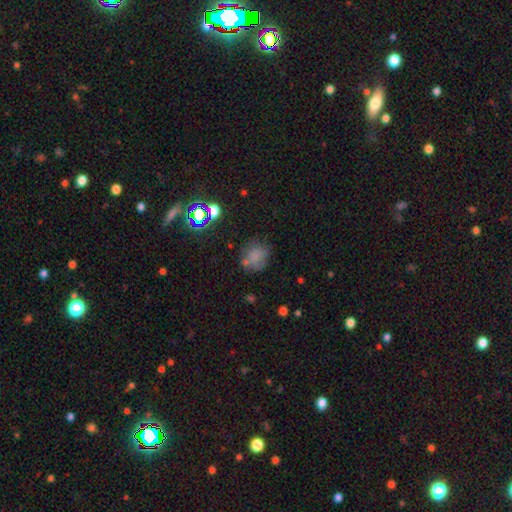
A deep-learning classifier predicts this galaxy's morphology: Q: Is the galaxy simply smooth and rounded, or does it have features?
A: smooth — 70%.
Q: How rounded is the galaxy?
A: round — 79%.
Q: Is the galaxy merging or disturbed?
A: none — 61%.